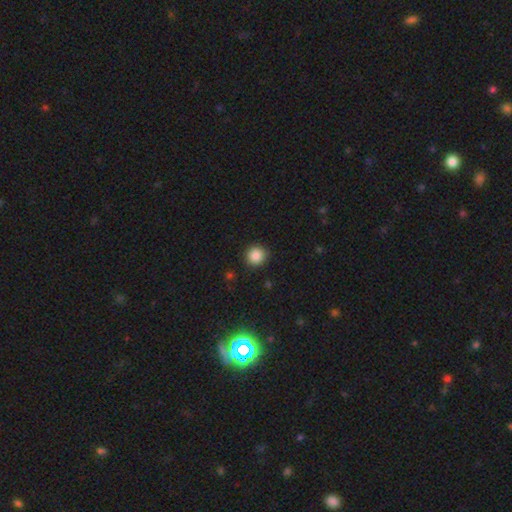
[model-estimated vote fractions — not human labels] This is clearly a smooth galaxy (87%). How rounded: clearly round (93%). Merging: clearly none (90%).